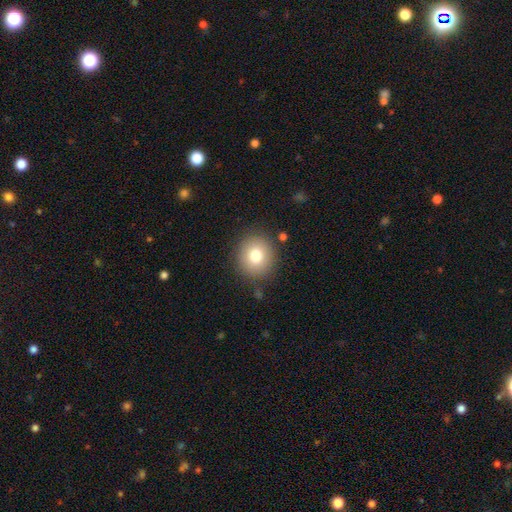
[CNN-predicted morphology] Smooth or featured? Predicted: smooth (p=0.79). How rounded? Predicted: round (p=0.87). Merging? Predicted: none (p=0.86).